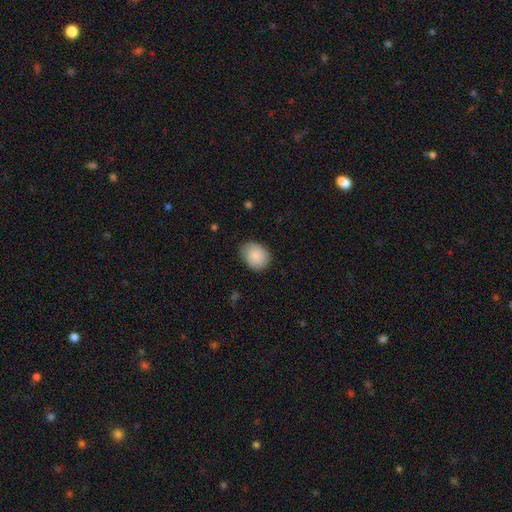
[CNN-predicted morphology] Smooth or featured? smooth (83%)
How rounded? in between (53%)
Merging? none (75%)